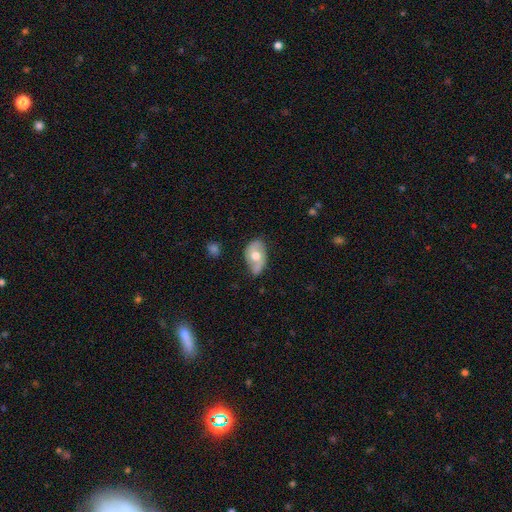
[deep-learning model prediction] Q: Smooth or featured?
A: smooth (49%); runner-up: featured or disk (45%)
Q: Merging?
A: none (59%); runner-up: minor disturbance (31%)